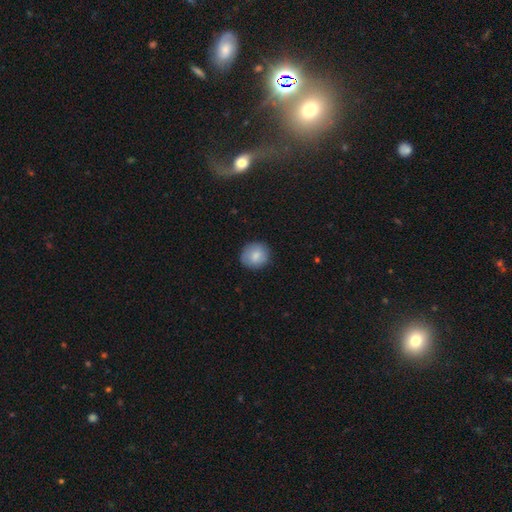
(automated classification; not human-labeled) The model was most divided on "how rounded": round: 83%, in between: 16%, cigar-shaped: 1%. More confident: merging — none (86%); smooth or featured — smooth (83%).